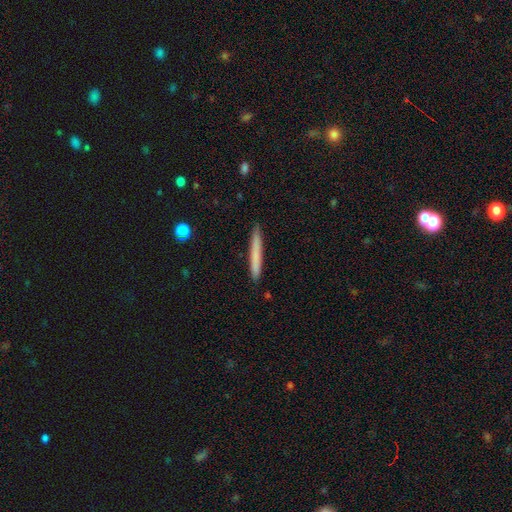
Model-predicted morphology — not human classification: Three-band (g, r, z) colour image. It shows a smooth galaxy with no disk features (73%) that is cigar-shaped (97%). Merging: none (91%).